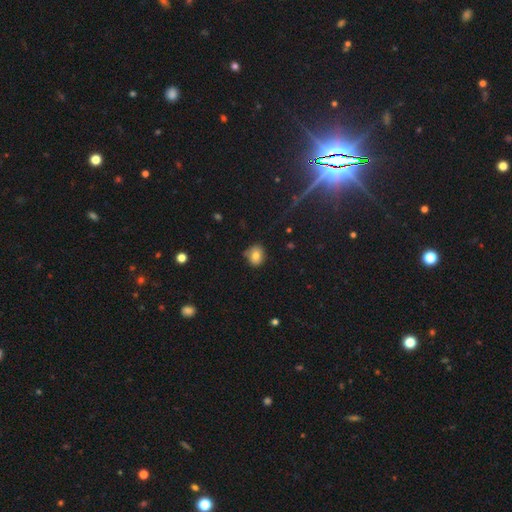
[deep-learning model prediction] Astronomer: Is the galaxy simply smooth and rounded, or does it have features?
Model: smooth — 79%.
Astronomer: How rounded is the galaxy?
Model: round — 66%.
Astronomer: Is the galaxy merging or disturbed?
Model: none — 73%.